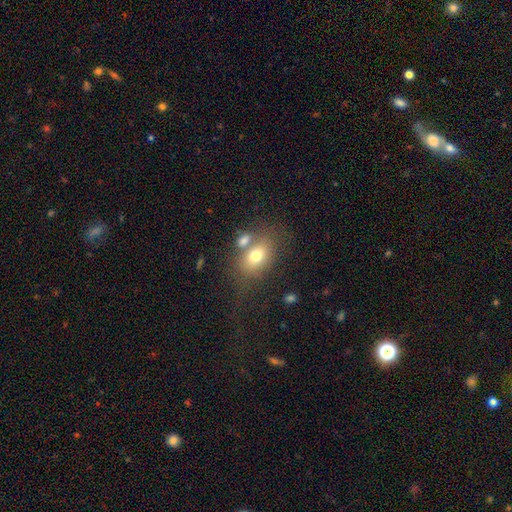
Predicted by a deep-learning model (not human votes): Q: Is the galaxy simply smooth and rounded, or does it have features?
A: smooth — 72%.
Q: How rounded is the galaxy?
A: in between — 77%.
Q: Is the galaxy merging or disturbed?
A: none — 50%.